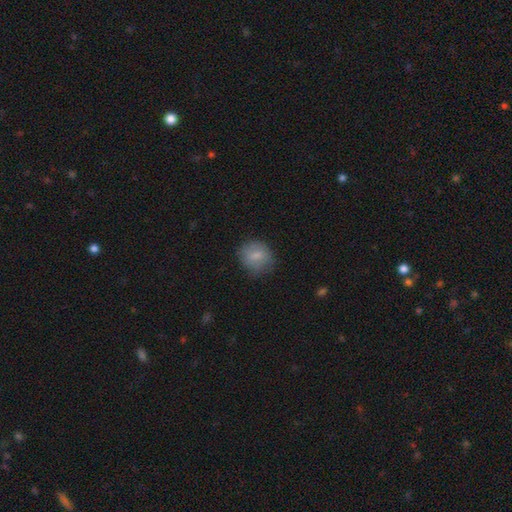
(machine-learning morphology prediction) Overall: smooth (76%). How rounded: round (77%). Merging: none (70%).